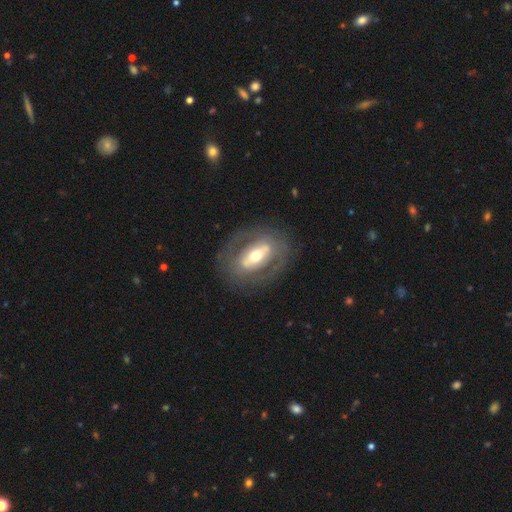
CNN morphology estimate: smooth_or_featured: featured or disk (p=0.71) [alt: smooth p=0.23]
disk_edge_on: no (p=0.88) [alt: yes p=0.12]
bar: strong (p=0.52) [alt: no p=0.25]
has_spiral_arms: no (p=0.62) [alt: yes p=0.38]
bulge_size: moderate (p=0.62) [alt: small p=0.23]
merging: none (p=0.77) [alt: minor disturbance p=0.13]